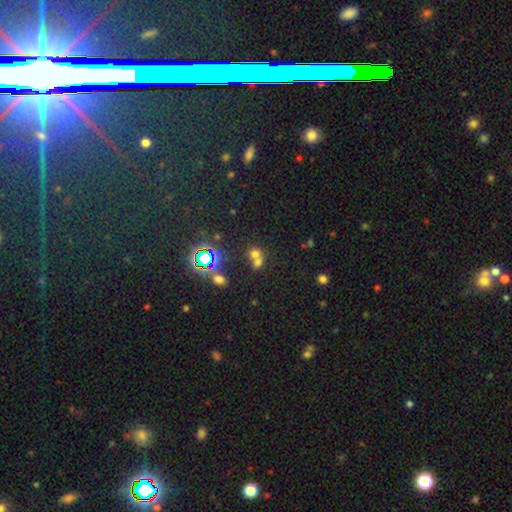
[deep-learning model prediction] Smooth or featured? Predicted: smooth (p=0.57). How rounded? Predicted: round (p=0.70). Merging? Predicted: merger (p=0.60).